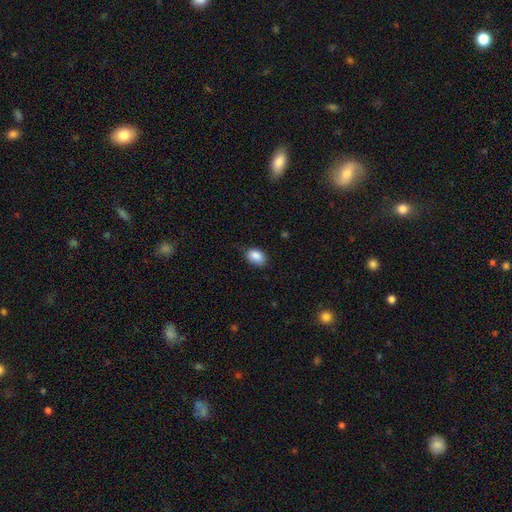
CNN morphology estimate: type=smooth (88%); roundness=in between (77%); merging=none (78%).